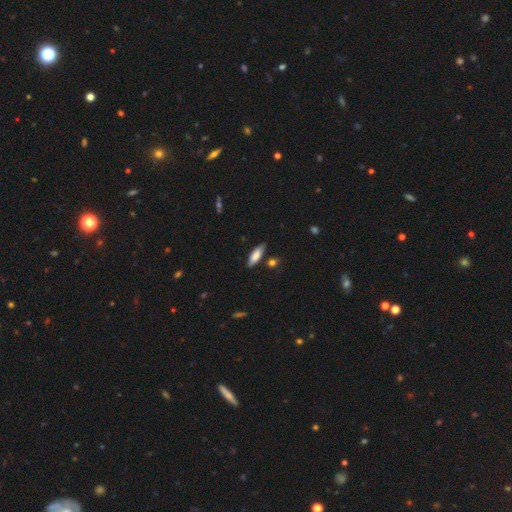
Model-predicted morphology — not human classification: smooth_or_featured: smooth (p=0.79) [alt: featured or disk p=0.15]
how_rounded: in between (p=0.51) [alt: cigar-shaped p=0.47]
merging: none (p=0.81) [alt: minor disturbance p=0.13]